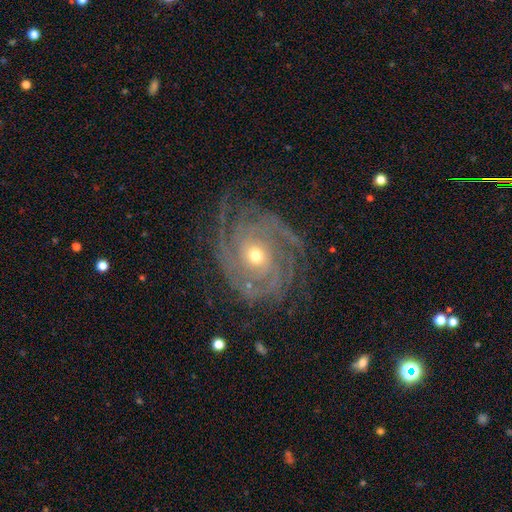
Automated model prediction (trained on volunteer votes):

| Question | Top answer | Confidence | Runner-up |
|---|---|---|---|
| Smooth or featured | featured or disk | 90% | star or artifact (6%) |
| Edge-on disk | no | 97% | yes (3%) |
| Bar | no | 75% | weak (19%) |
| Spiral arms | yes | 98% | no (2%) |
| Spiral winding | tight | 71% | medium (24%) |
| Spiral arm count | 4 | 22% | 3 (21%) |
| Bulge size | small | 54% | moderate (43%) |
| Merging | none | 74% | minor disturbance (16%) |